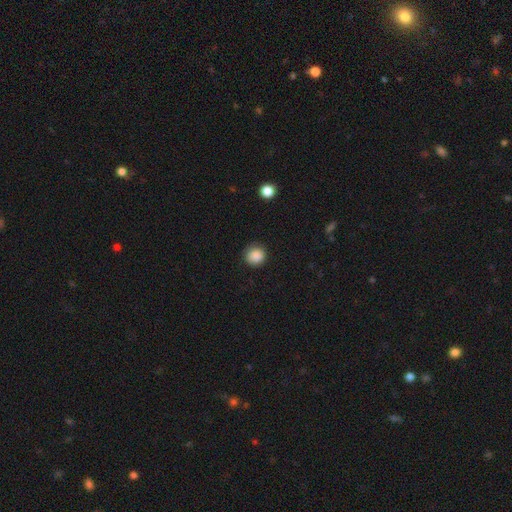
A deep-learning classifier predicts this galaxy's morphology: Q: Smooth or featured?
A: smooth (87%); runner-up: star or artifact (9%)
Q: How rounded?
A: round (91%); runner-up: in between (8%)
Q: Merging?
A: none (82%); runner-up: minor disturbance (13%)